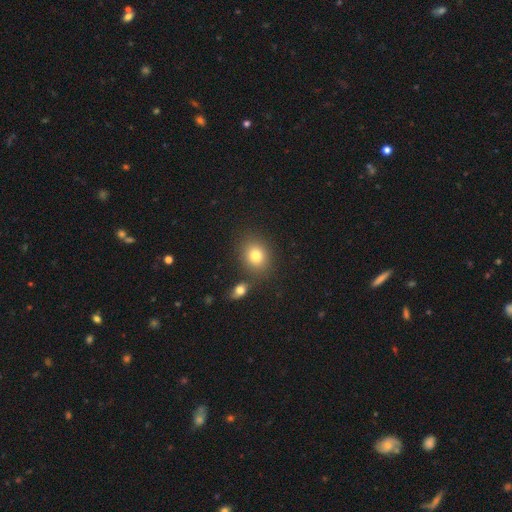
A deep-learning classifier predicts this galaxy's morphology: This is likely a smooth galaxy (79%). How rounded: likely round (61%). Merging: likely none (76%).